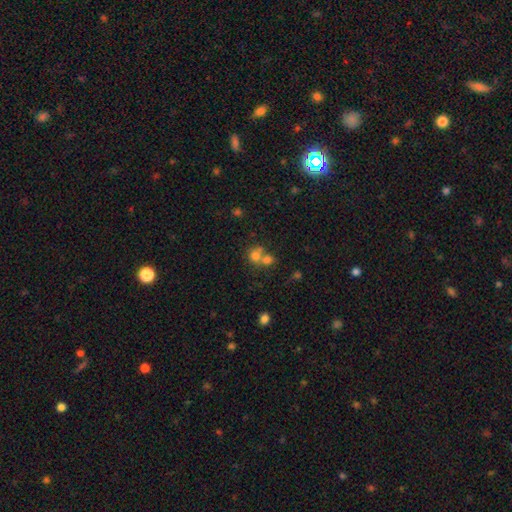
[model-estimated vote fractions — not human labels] This is likely a smooth galaxy (70%). How rounded: likely round (76%). Merging: possibly merger (55%).